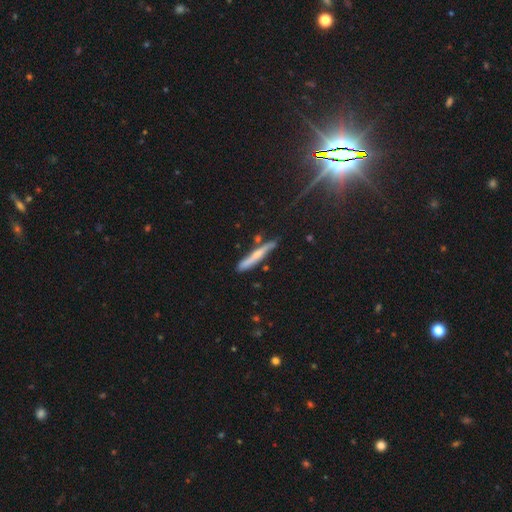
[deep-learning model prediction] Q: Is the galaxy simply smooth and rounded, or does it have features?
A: smooth — 46%, tied with featured or disk.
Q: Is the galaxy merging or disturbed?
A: none — 78%.